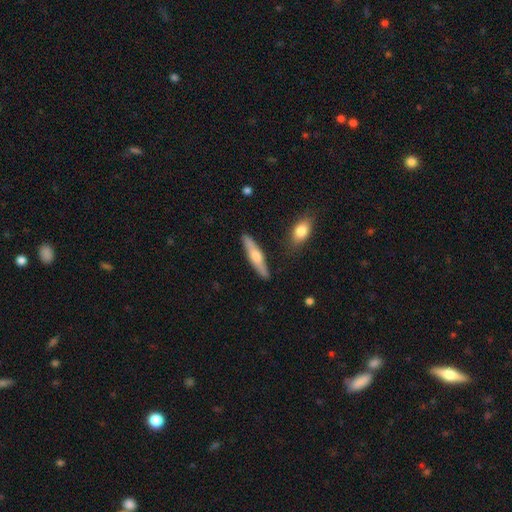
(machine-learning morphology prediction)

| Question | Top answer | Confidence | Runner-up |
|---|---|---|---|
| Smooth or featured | featured or disk | 48% | smooth (47%) |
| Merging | none | 86% | minor disturbance (10%) |